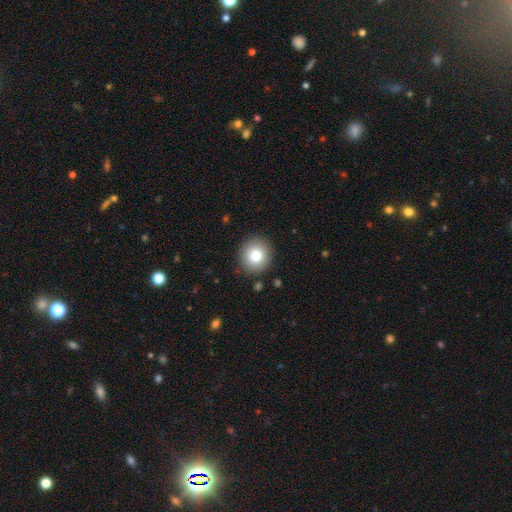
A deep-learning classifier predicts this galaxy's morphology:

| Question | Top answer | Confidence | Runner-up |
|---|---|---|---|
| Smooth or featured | smooth | 80% | featured or disk (10%) |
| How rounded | round | 84% | in between (15%) |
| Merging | none | 89% | minor disturbance (7%) |